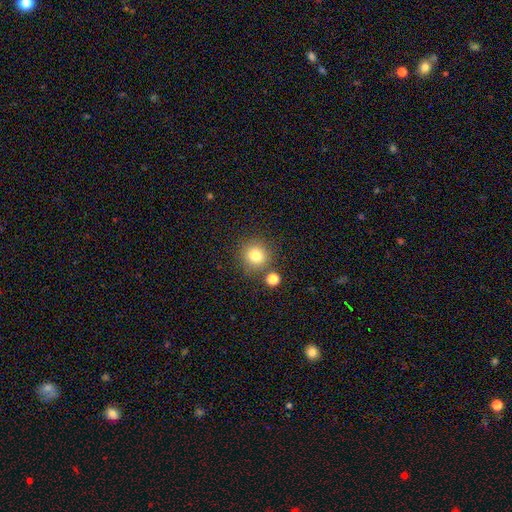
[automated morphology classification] smooth 80%, star or artifact 13%, featured or disk 7%. Down the decision tree: how rounded — round (92%); merging — none (79%).